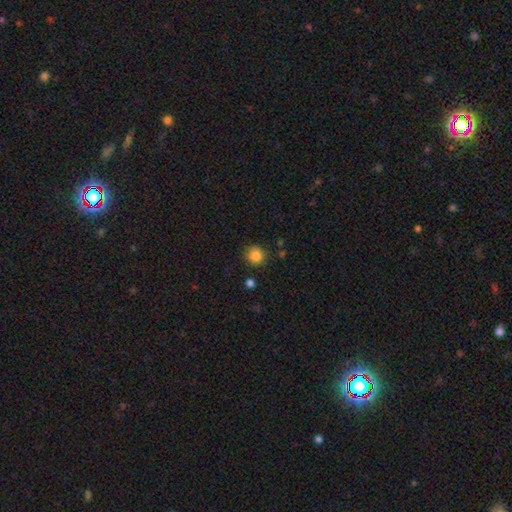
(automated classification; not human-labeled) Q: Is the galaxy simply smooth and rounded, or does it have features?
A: smooth — 85%.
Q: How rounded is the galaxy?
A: round — 92%.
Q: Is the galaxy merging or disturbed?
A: none — 84%.